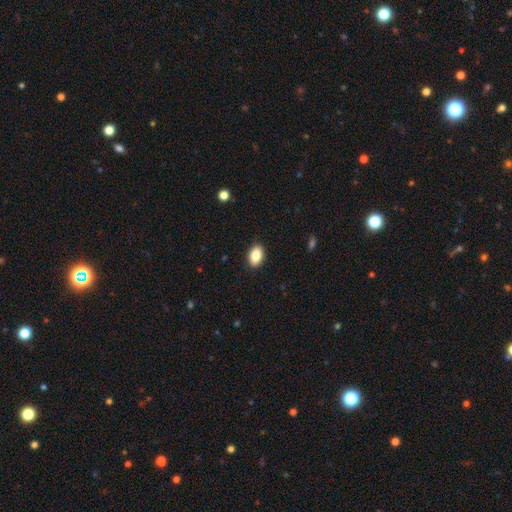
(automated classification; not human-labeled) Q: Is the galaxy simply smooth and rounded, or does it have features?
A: smooth — 86%.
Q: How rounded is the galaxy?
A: in between — 89%.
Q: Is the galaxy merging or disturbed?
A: none — 90%.